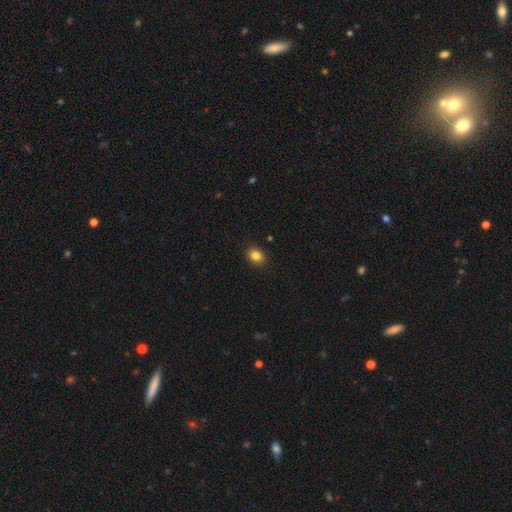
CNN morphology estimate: A smooth galaxy with no disk features (85%) that is in between round and cigar-shaped (50%). Merging: none (90%).